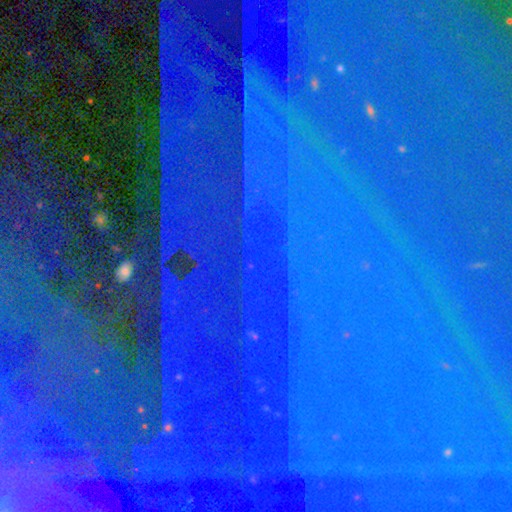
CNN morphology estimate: The model was most divided on "smooth or featured": star or artifact: 87%, featured or disk: 7%, smooth: 6%.